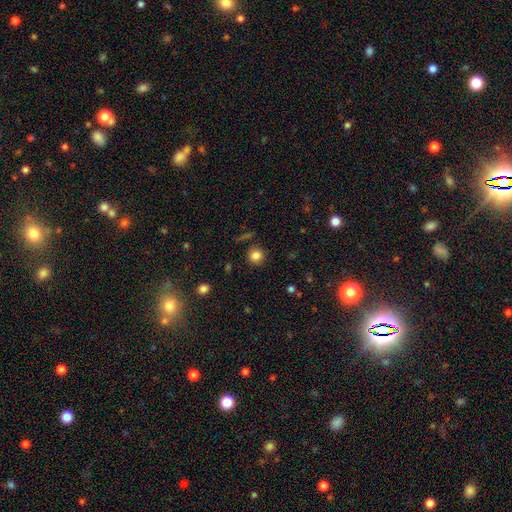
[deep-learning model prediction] A smooth galaxy with no disk features (83%) that is round (92%).

Vote fractions:
- Smooth or featured? smooth: 83% / star or artifact: 12% / featured or disk: 5%
- How rounded? round: 92% / in between: 7% / cigar-shaped: 1%
- Merging? none: 88% / minor disturbance: 7% / major disturbance: 3% / merger: 2%